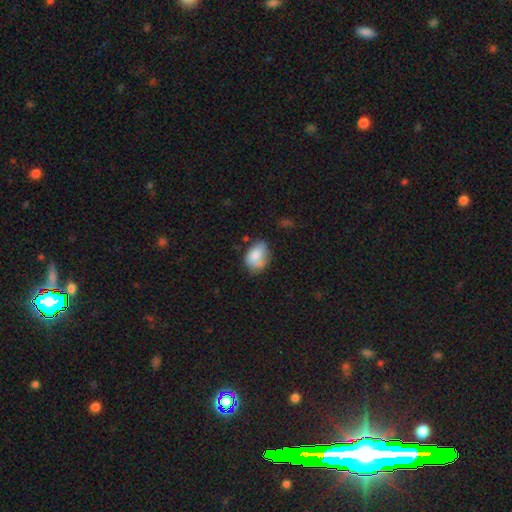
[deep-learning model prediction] Smooth or featured: smooth — 79% (featured or disk — 13%)
How rounded: in between — 80% (round — 19%)
Merging: none — 48% (minor disturbance — 33%)